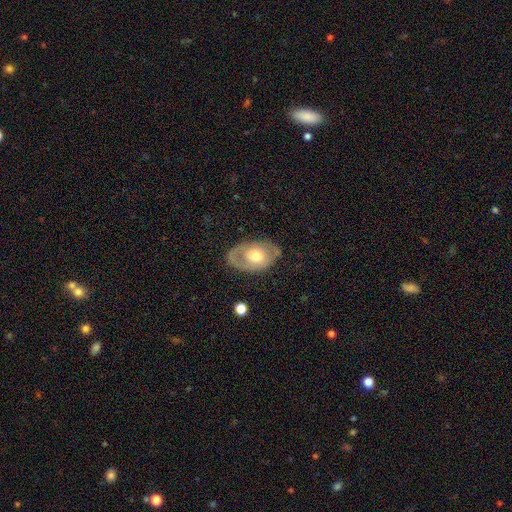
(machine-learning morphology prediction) smooth_or_featured: featured or disk (p=0.50) [alt: smooth p=0.44]
merging: none (p=0.69) [alt: minor disturbance p=0.20]